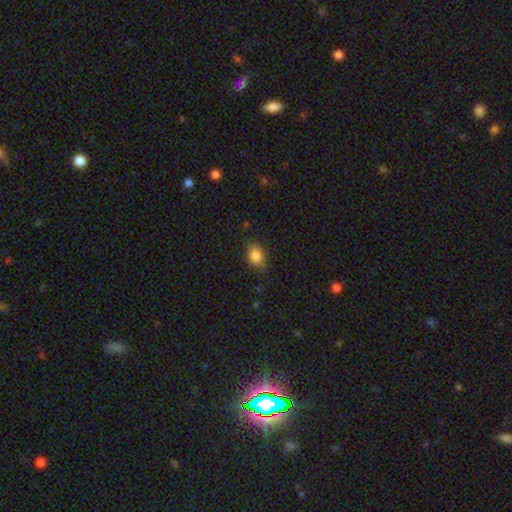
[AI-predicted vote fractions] smooth-or-featured: smooth: 84% | star or artifact: 10% | featured or disk: 6%
  how-rounded: in between: 64% | round: 35% | cigar-shaped: 1%
  merging: none: 77% | minor disturbance: 18% | major disturbance: 4% | merger: 1%